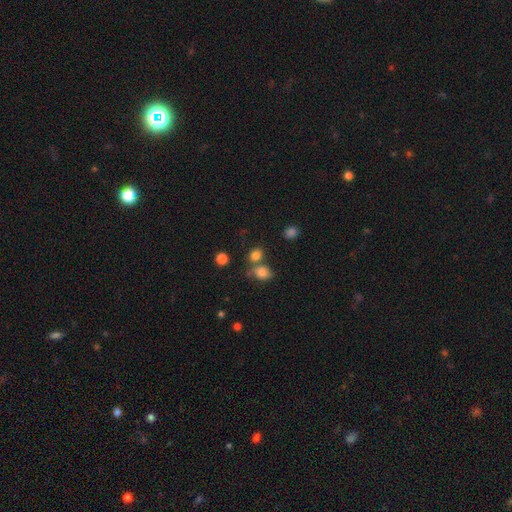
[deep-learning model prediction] Smooth or featured?
  - smooth: 81% *
  - star or artifact: 13%
  - featured or disk: 7%
How rounded?
  - round: 56% *
  - in between: 42%
  - cigar-shaped: 1%
Merging?
  - none: 56% *
  - merger: 28%
  - minor disturbance: 11%
  - major disturbance: 5%